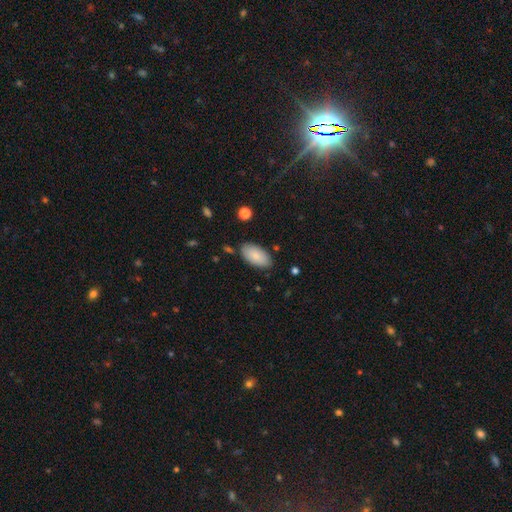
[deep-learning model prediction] A smooth galaxy with no disk features (86%) that is in between round and cigar-shaped (95%).

Vote fractions:
- Smooth or featured? smooth: 86% / featured or disk: 8% / star or artifact: 6%
- How rounded? in between: 95% / cigar-shaped: 3% / round: 2%
- Merging? none: 84% / minor disturbance: 12% / major disturbance: 3% / merger: 2%